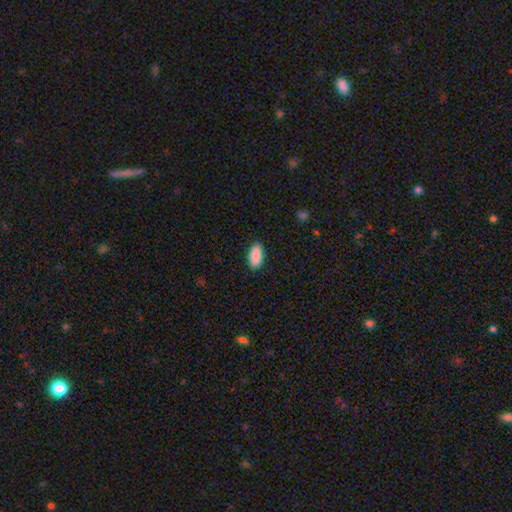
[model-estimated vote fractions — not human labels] A smooth galaxy with no disk features (91%) that is in between round and cigar-shaped (91%).

Vote fractions:
- Smooth or featured? smooth: 91% / star or artifact: 6% / featured or disk: 3%
- How rounded? in between: 91% / cigar-shaped: 7% / round: 2%
- Merging? none: 89% / minor disturbance: 9% / major disturbance: 2% / merger: 1%